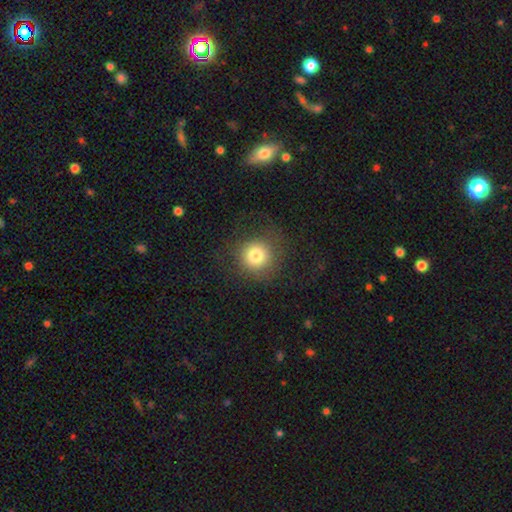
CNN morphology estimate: smooth-or-featured: smooth: 78% | star or artifact: 13% | featured or disk: 10%
  how-rounded: round: 94% | in between: 5% | cigar-shaped: 1%
  merging: none: 80% | minor disturbance: 11% | major disturbance: 9% | merger: 1%